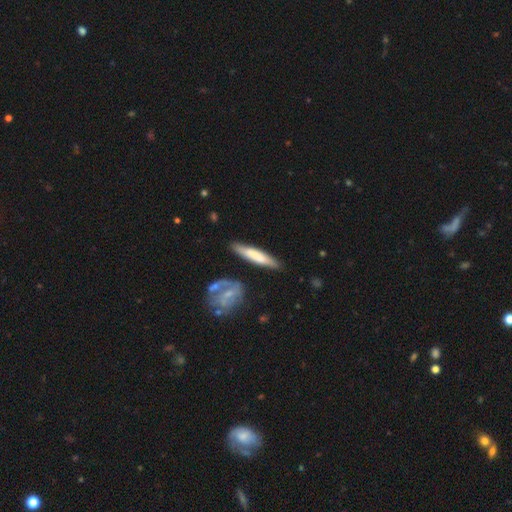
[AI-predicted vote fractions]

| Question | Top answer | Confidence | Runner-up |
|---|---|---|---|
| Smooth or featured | smooth | 64% | featured or disk (31%) |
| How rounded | cigar-shaped | 87% | in between (12%) |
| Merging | none | 79% | minor disturbance (13%) |